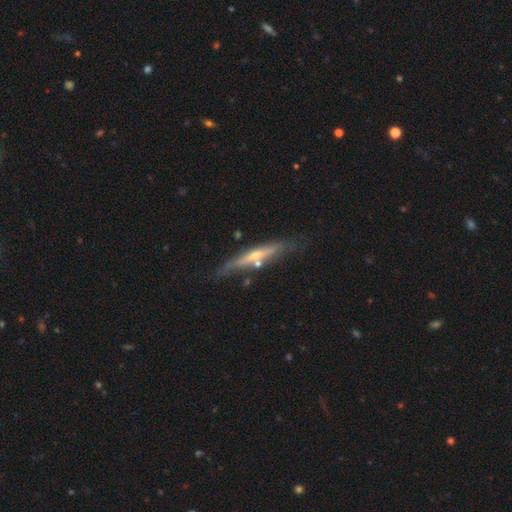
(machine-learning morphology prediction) featured or disk 71%, smooth 21%, star or artifact 7%. Down the decision tree: edge-on disk — yes (92%); edge-on bulge — rounded (71%); merging — none (73%).